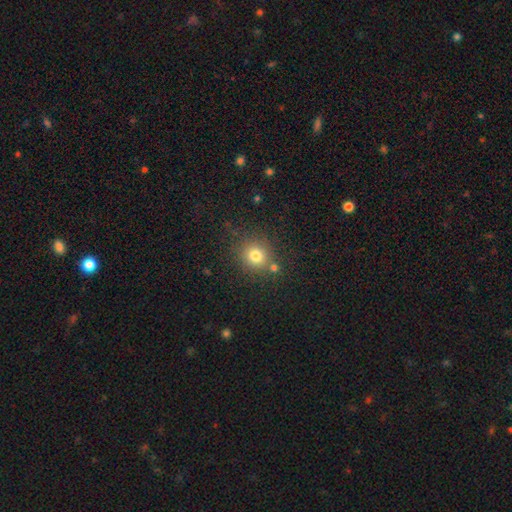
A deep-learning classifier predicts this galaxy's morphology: This appears to be a smooth galaxy with no disk features (77%) that is round (86%). Merging: none (77%).